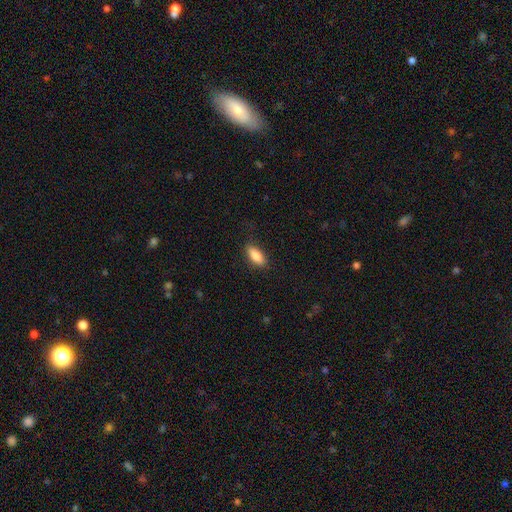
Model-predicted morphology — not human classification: Smooth or featured? Predicted: smooth (p=0.86). How rounded? Predicted: in between (p=0.83). Merging? Predicted: none (p=0.84).